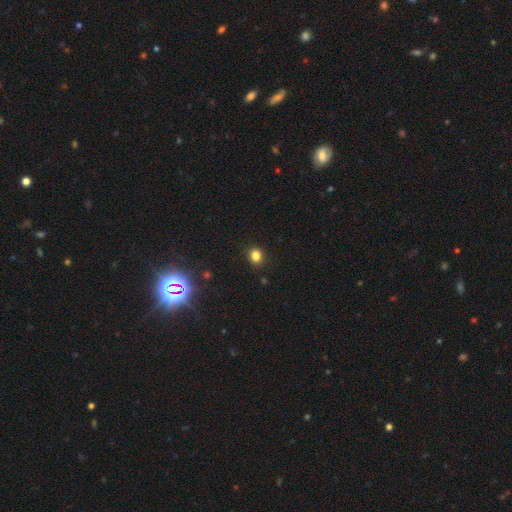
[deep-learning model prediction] This appears to be a smooth galaxy with no disk features (81%) that is round (75%). Merging: none (90%).